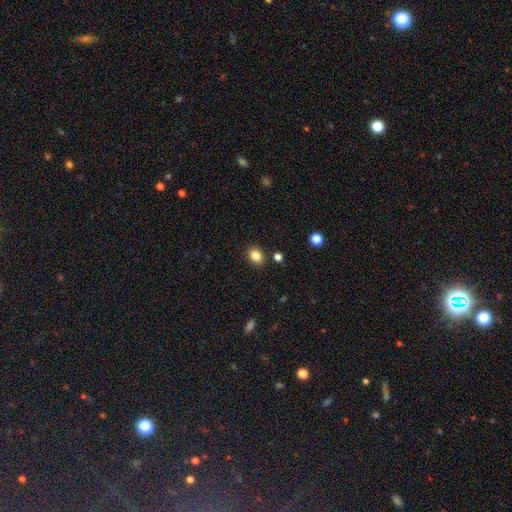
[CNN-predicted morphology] smooth 84%, star or artifact 11%, featured or disk 6%. Down the decision tree: how rounded — in between (52%); merging — none (87%).